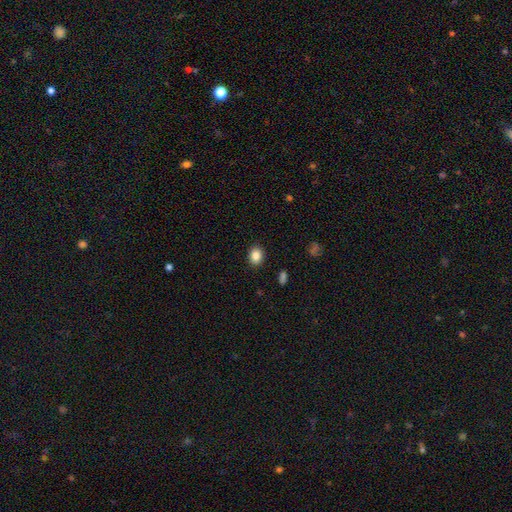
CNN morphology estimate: Smooth or featured: smooth — 85% (star or artifact — 9%)
How rounded: in between — 51% (round — 48%)
Merging: none — 89% (minor disturbance — 7%)